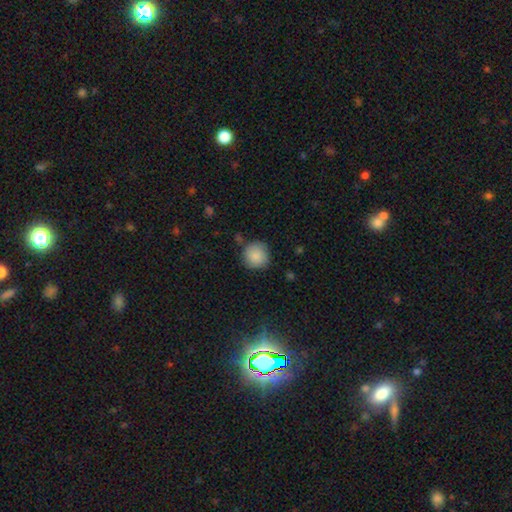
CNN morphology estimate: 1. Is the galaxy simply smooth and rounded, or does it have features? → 86% smooth, 7% star or artifact, 6% featured or disk.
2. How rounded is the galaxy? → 93% round, 6% in between, 1% cigar-shaped.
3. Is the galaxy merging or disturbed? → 79% none, 15% minor disturbance, 3% major disturbance, 3% merger.